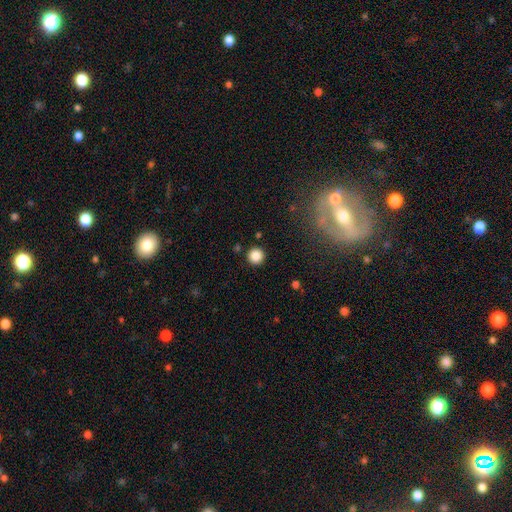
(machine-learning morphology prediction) Q: Smooth or featured?
A: smooth (86%); runner-up: star or artifact (11%)
Q: How rounded?
A: round (96%); runner-up: in between (3%)
Q: Merging?
A: none (92%); runner-up: minor disturbance (5%)